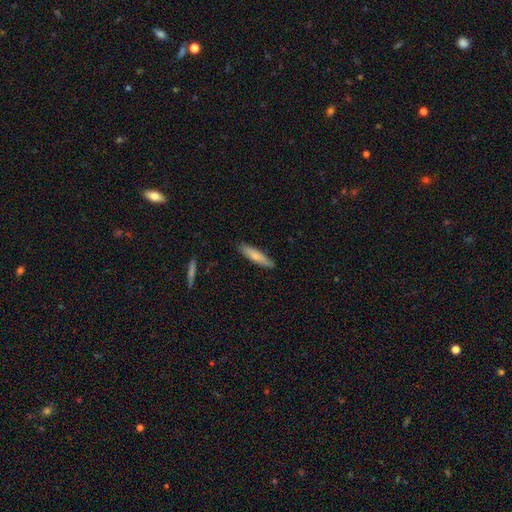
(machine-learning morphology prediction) smooth 78%, featured or disk 17%, star or artifact 5%. Down the decision tree: how rounded — cigar-shaped (82%); merging — none (87%).